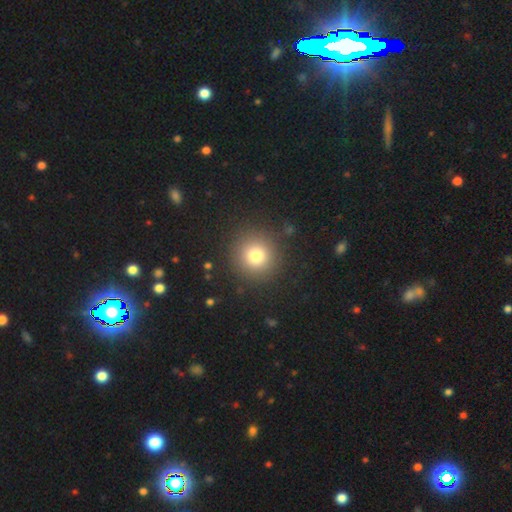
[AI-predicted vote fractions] Morphology: type=smooth (77%); roundness=round (95%); merging=none (89%).